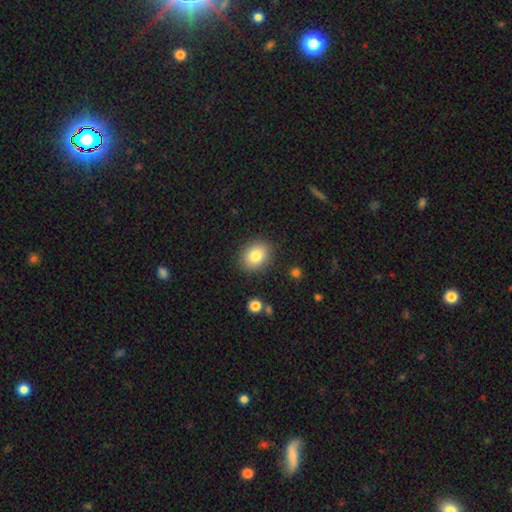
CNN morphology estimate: Smooth or featured: smooth — 82% (star or artifact — 9%)
How rounded: round — 50% (in between — 49%)
Merging: none — 87% (minor disturbance — 9%)